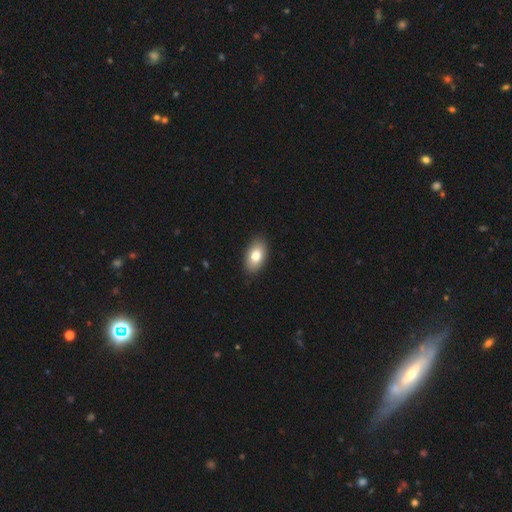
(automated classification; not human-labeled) This appears to be a smooth galaxy with no disk features (78%) that is in between round and cigar-shaped (92%). Merging: none (88%).